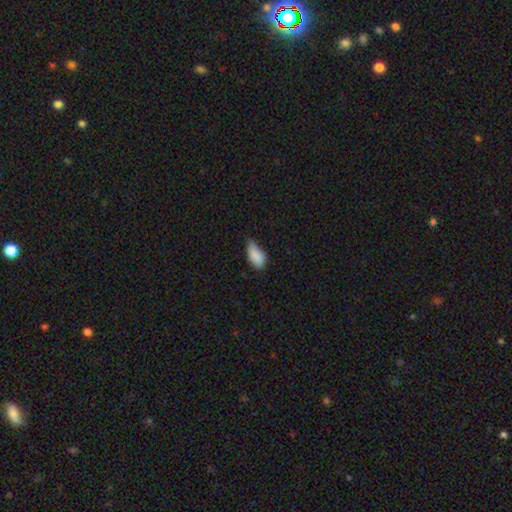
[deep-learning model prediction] Morphology: type=smooth (85%); roundness=in between (91%); merging=minor disturbance (48%).